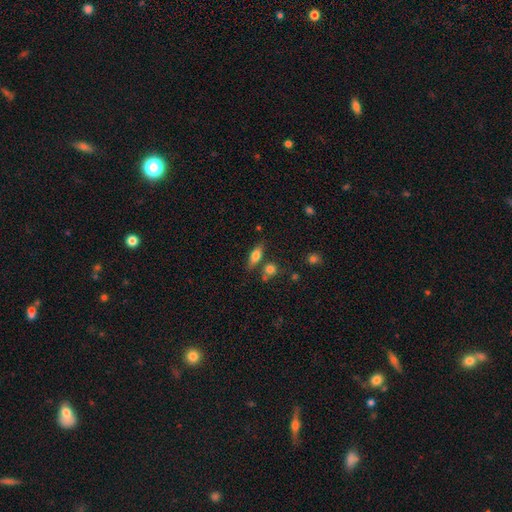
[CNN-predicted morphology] Smooth or featured?
  - smooth: 68% *
  - featured or disk: 24%
  - star or artifact: 8%
How rounded?
  - in between: 66% *
  - cigar-shaped: 29%
  - round: 5%
Merging?
  - none: 72% *
  - minor disturbance: 14%
  - merger: 10%
  - major disturbance: 4%